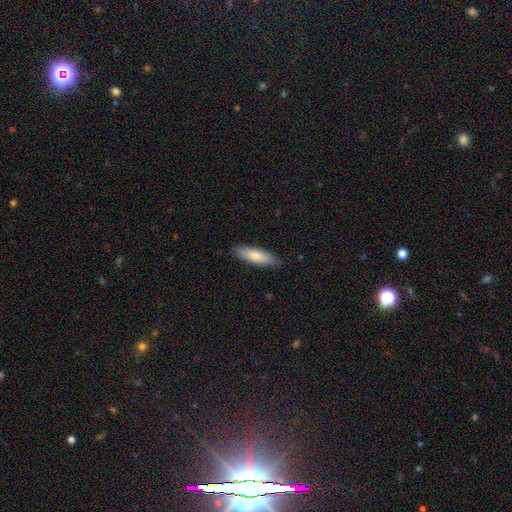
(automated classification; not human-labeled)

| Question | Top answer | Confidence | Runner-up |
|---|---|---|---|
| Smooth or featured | smooth | 77% | featured or disk (17%) |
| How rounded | cigar-shaped | 57% | in between (41%) |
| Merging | none | 87% | minor disturbance (11%) |